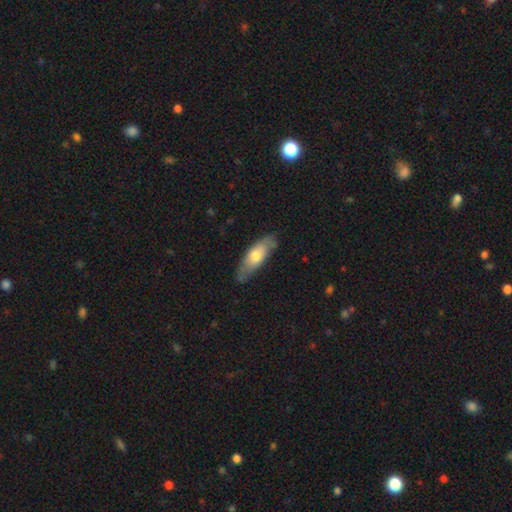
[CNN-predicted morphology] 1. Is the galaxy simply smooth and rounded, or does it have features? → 59% smooth, 36% featured or disk, 5% star or artifact.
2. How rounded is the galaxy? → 63% in between, 34% cigar-shaped, 2% round.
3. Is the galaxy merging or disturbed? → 70% none, 23% minor disturbance, 5% major disturbance, 2% merger.